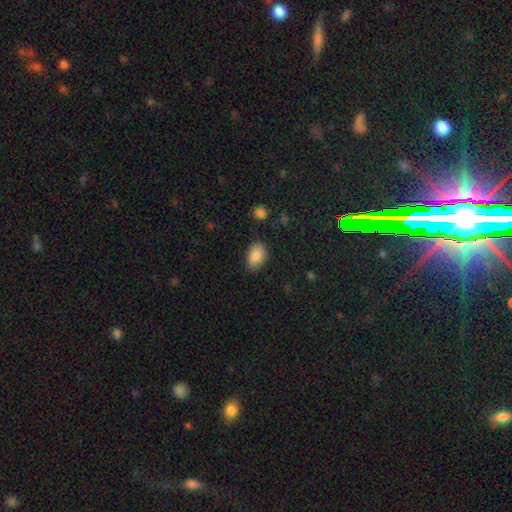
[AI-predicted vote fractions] Overall: smooth (85%). How rounded: in between (89%). Merging: none (78%).